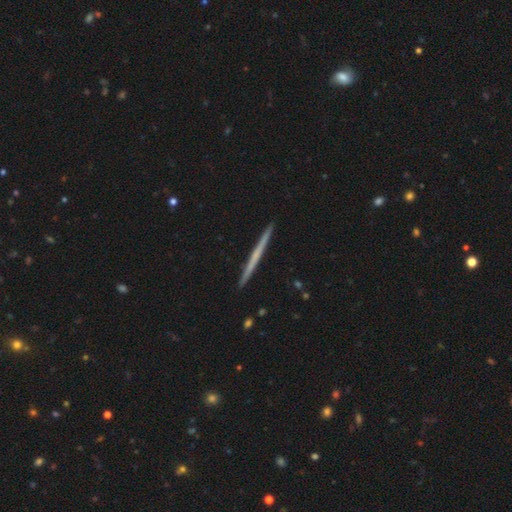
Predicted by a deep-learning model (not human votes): This is possibly a featured or disk galaxy (53%). It is clearly viewed edge-on (98%). Edge-on bulge: clearly none (90%). Merging: clearly none (93%).